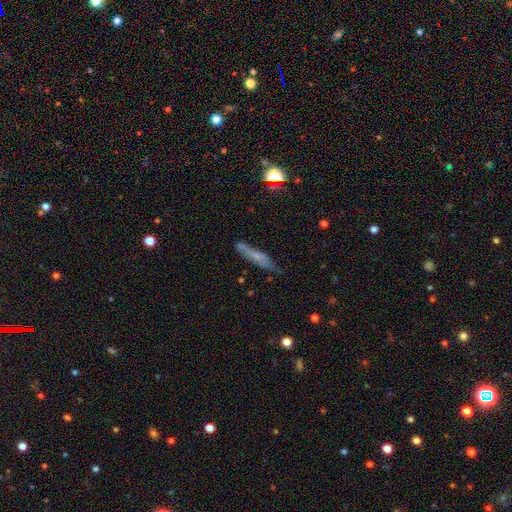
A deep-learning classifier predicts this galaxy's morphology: This appears to be a smooth galaxy with no disk features (47%). Merging: none (70%).